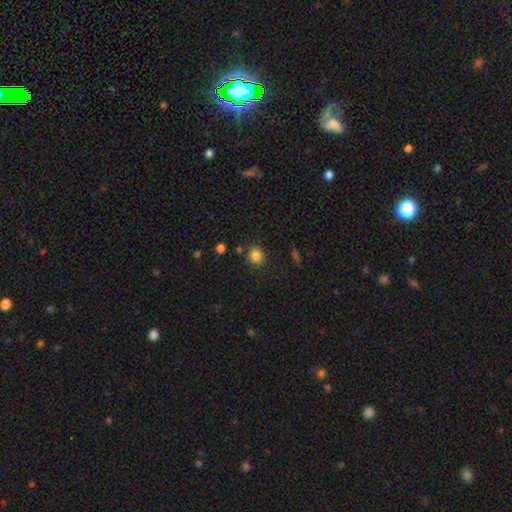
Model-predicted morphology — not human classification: smooth 84%, star or artifact 12%, featured or disk 5%. Down the decision tree: how rounded — round (88%); merging — none (84%).